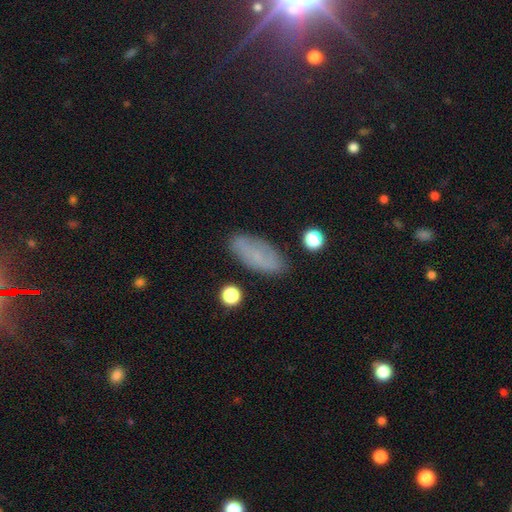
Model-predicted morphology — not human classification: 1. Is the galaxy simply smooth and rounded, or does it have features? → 63% smooth, 23% featured or disk, 14% star or artifact.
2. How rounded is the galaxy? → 83% in between, 13% cigar-shaped, 4% round.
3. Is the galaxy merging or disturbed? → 81% none, 13% minor disturbance, 3% major disturbance, 2% merger.